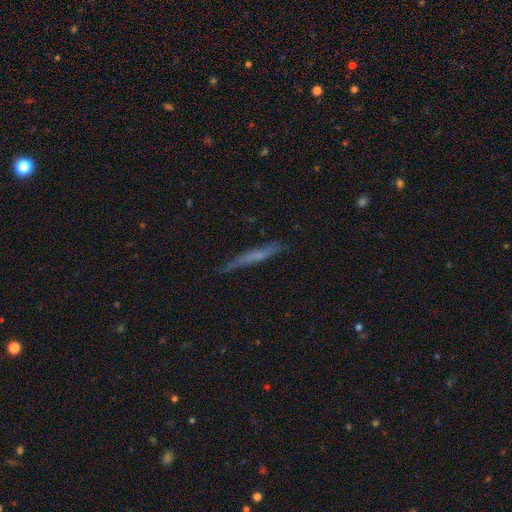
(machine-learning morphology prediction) Overall: smooth (49%; featured or disk 43%). Merging: none (77%).